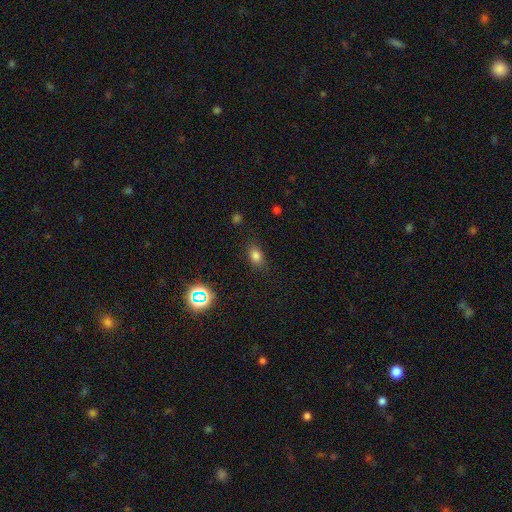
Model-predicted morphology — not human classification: smooth_or_featured: smooth (p=0.78) [alt: star or artifact p=0.15]
how_rounded: in between (p=0.68) [alt: round p=0.30]
merging: none (p=0.80) [alt: minor disturbance p=0.14]